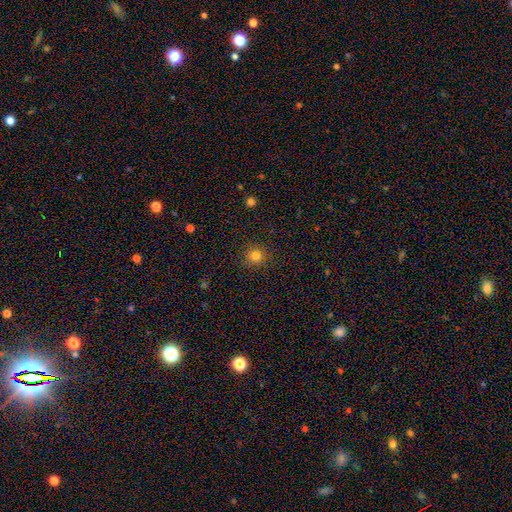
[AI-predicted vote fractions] Smooth or featured? smooth (80%)
How rounded? round (91%)
Merging? none (90%)